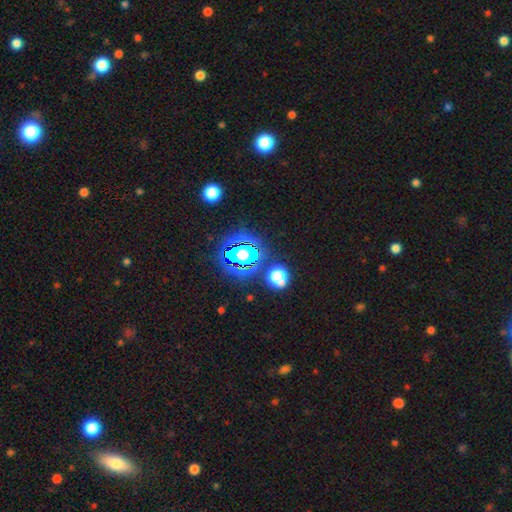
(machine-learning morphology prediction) Smooth or featured: star or artifact — 67% (smooth — 22%)